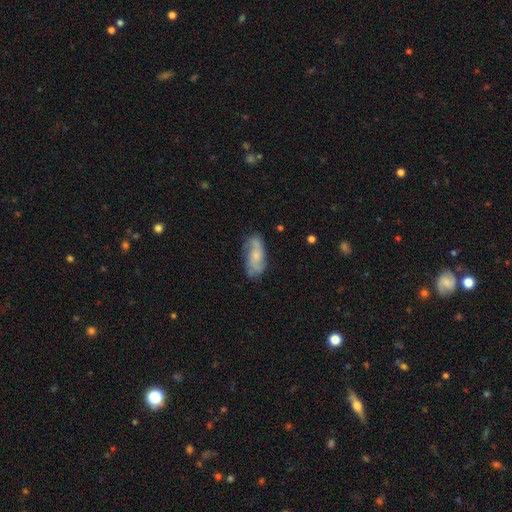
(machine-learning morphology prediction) A featured or disk galaxy (60%) with no bar (69%), spiral arms (88%) and a small central bulge (54%). Merging: none (70%).